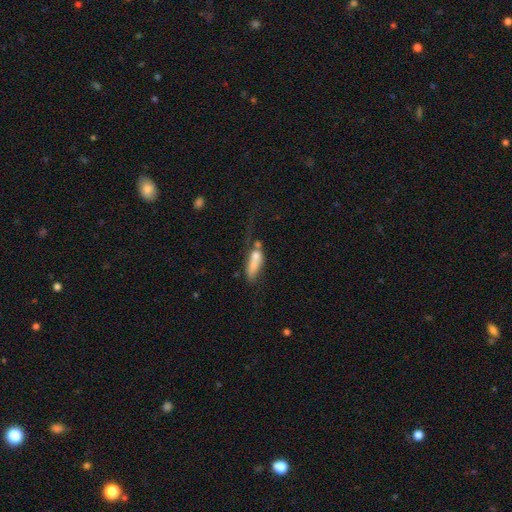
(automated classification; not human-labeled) smooth-or-featured: smooth: 60% | featured or disk: 29% | star or artifact: 11%
  how-rounded: in between: 51% | cigar-shaped: 44% | round: 4%
  merging: major disturbance: 32% | merger: 28% | none: 22% | minor disturbance: 18%